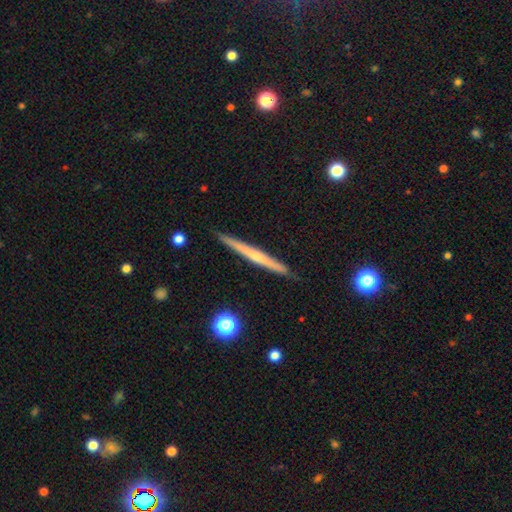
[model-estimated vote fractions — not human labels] Smooth or featured: featured or disk — 62% (smooth — 32%)
Edge-on disk: yes — 98% (no — 2%)
Edge-on bulge: rounded — 50% (none — 46%)
Merging: none — 91% (minor disturbance — 6%)